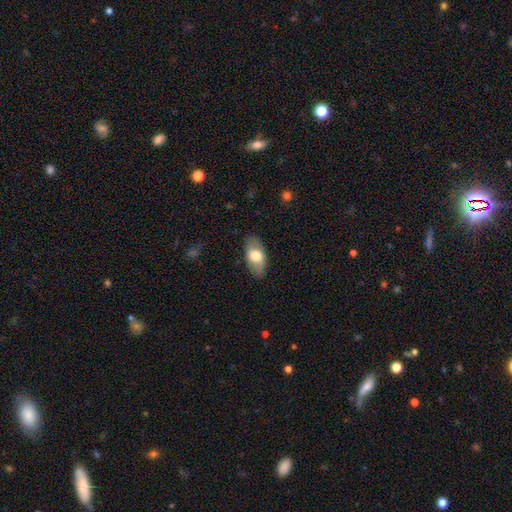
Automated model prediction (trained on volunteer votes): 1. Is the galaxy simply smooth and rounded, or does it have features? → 67% smooth, 27% featured or disk, 6% star or artifact.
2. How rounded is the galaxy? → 92% in between, 4% cigar-shaped, 4% round.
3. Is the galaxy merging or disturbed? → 85% none, 11% minor disturbance, 3% major disturbance, 1% merger.